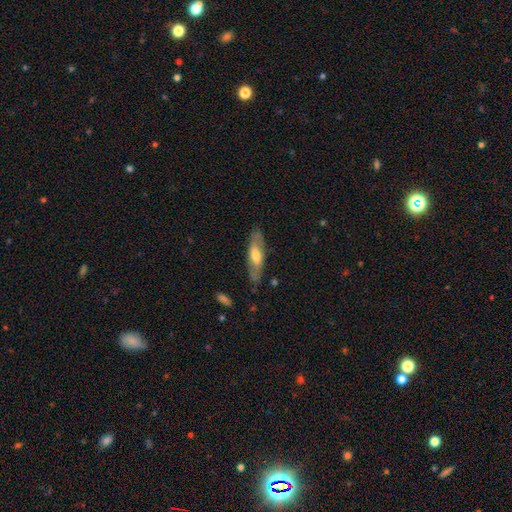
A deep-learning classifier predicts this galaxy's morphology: This is possibly a featured or disk galaxy (50%). Merging: clearly none (80%).